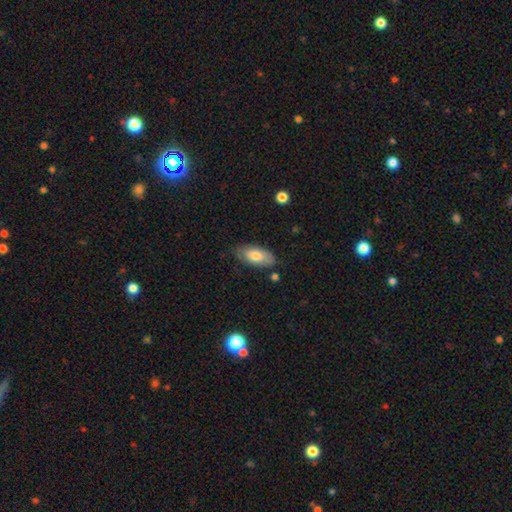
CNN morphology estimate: This appears to be a smooth galaxy with no disk features (73%) that is in between round and cigar-shaped (91%). Merging: none (77%).